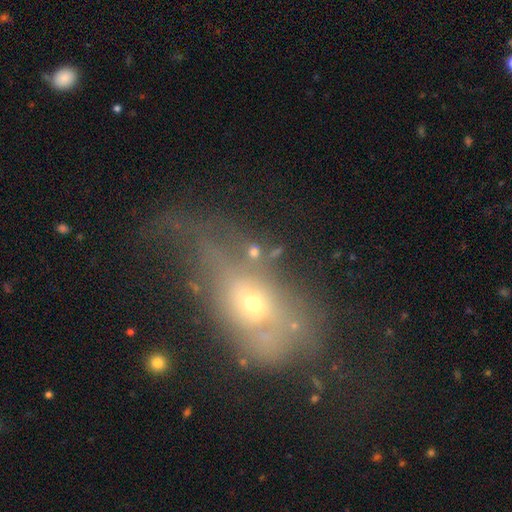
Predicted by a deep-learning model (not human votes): A smooth galaxy with no disk features (43%). Merging: major disturbance (40%).